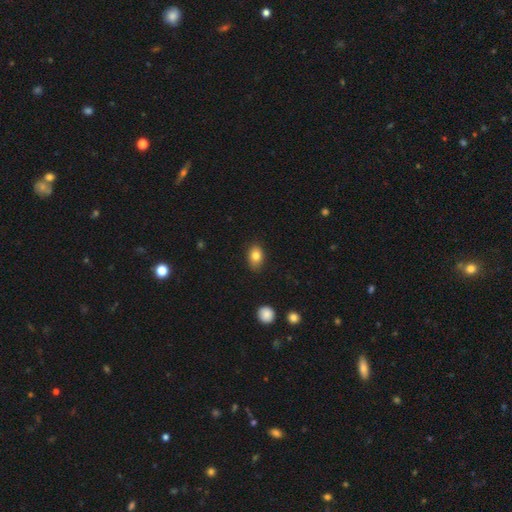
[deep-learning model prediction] Smooth or featured?
  - smooth: 82% *
  - star or artifact: 9%
  - featured or disk: 9%
How rounded?
  - in between: 76% *
  - round: 23%
  - cigar-shaped: 1%
Merging?
  - none: 83% *
  - minor disturbance: 13%
  - major disturbance: 2%
  - merger: 1%